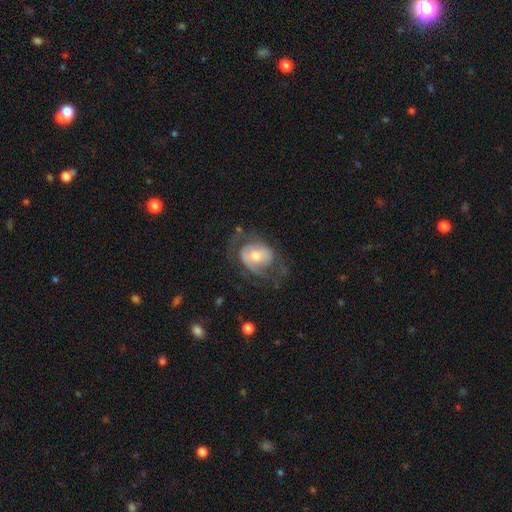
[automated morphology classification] Smooth or featured?
  - featured or disk: 65% *
  - smooth: 29%
  - star or artifact: 7%
Edge-on disk?
  - no: 96% *
  - yes: 4%
Bar?
  - no: 62% *
  - weak: 29%
  - strong: 9%
Spiral arms?
  - yes: 69% *
  - no: 31%
Bulge size?
  - moderate: 65% *
  - small: 24%
  - large: 8%
  - none: 1%
  - dominant: 1%
Merging?
  - none: 48% *
  - major disturbance: 29%
  - minor disturbance: 22%
  - merger: 2%